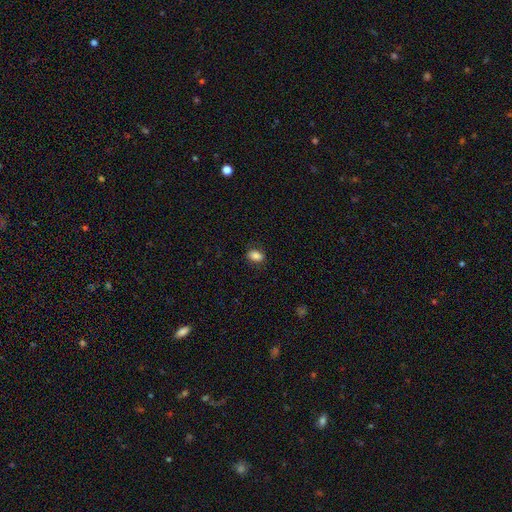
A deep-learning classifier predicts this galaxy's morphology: type=smooth (86%); roundness=in between (82%); merging=none (85%).